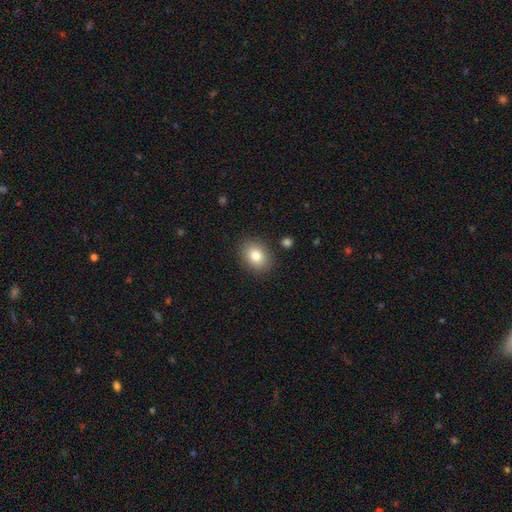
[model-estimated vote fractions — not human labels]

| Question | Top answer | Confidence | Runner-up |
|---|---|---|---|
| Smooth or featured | smooth | 81% | featured or disk (9%) |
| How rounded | in between | 54% | round (45%) |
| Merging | none | 87% | minor disturbance (8%) |